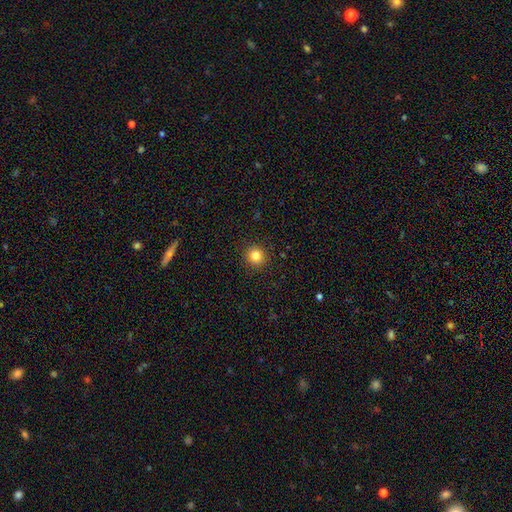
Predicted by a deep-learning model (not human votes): Morphology: type=smooth (82%); roundness=round (94%); merging=none (92%).